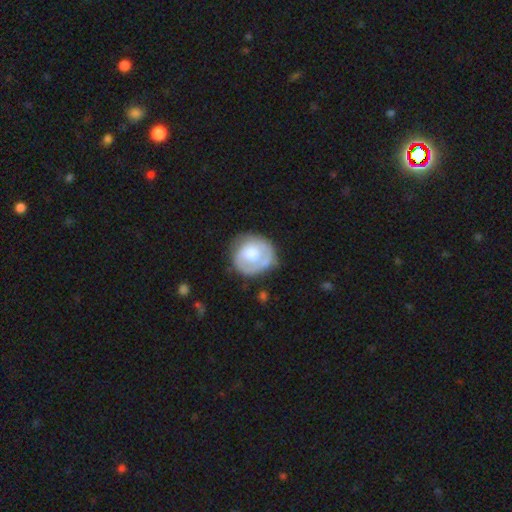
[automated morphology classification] A featured or disk galaxy (48%). Merging: none (64%).